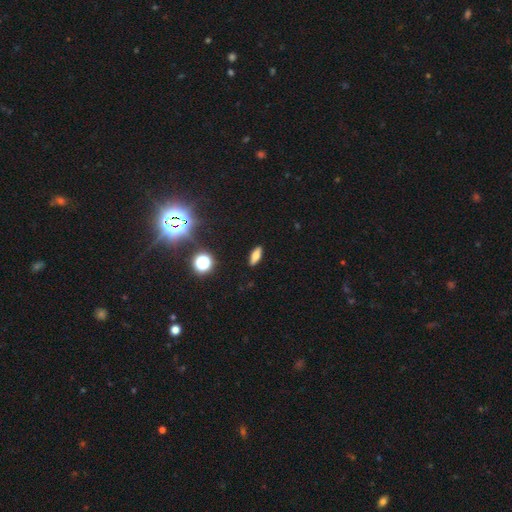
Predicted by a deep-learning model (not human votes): Smooth or featured? Predicted: smooth (p=0.69). How rounded? Predicted: in between (p=0.64). Merging? Predicted: none (p=0.90).